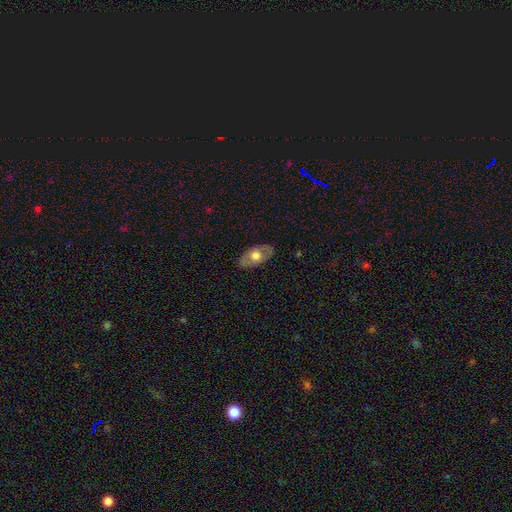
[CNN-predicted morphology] Smooth or featured?
  - smooth: 52% *
  - featured or disk: 43%
  - star or artifact: 6%
How rounded?
  - in between: 89% *
  - round: 8%
  - cigar-shaped: 3%
Merging?
  - none: 82% *
  - minor disturbance: 14%
  - major disturbance: 4%
  - merger: 1%